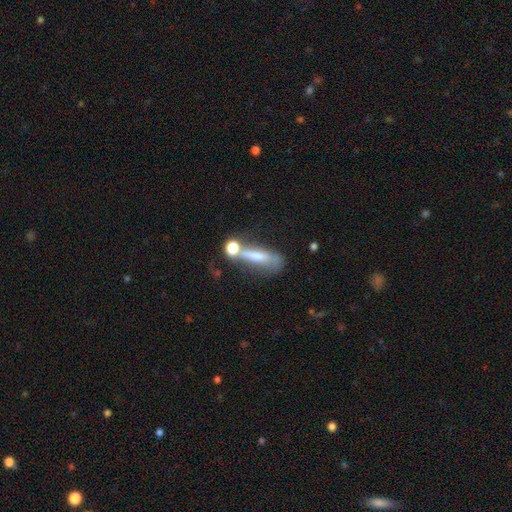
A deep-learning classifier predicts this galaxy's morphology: A smooth galaxy with no disk features (56%) that is cigar-shaped (59%). Merging: none (33%).